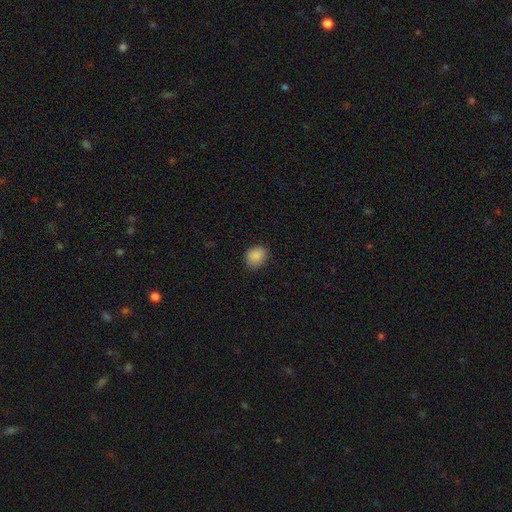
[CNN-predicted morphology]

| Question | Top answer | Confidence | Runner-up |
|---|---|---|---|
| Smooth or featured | smooth | 87% | star or artifact (9%) |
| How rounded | round | 62% | in between (37%) |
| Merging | none | 81% | minor disturbance (15%) |